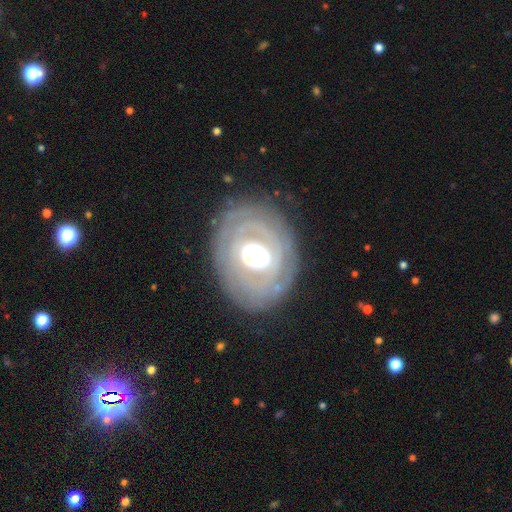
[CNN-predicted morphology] Smooth or featured: featured or disk — 74% (smooth — 20%)
Edge-on disk: no — 96% (yes — 4%)
Bar: no — 70% (weak — 20%)
Spiral arms: yes — 55% (no — 45%)
Bulge size: moderate — 52% (large — 36%)
Merging: none — 77% (minor disturbance — 15%)